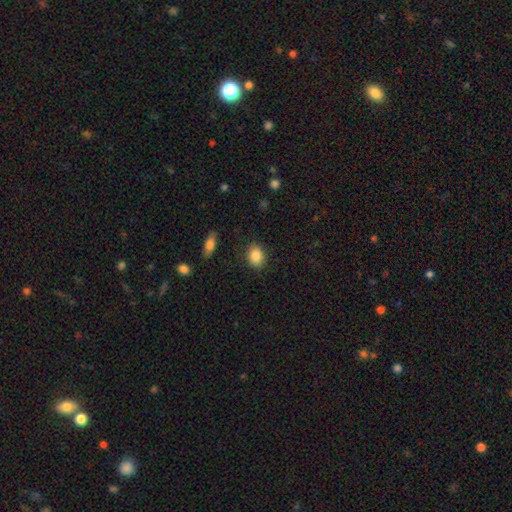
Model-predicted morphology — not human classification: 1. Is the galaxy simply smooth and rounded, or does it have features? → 87% smooth, 8% star or artifact, 5% featured or disk.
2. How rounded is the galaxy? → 58% in between, 41% round, 1% cigar-shaped.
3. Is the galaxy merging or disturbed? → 87% none, 9% minor disturbance, 3% major disturbance, 1% merger.